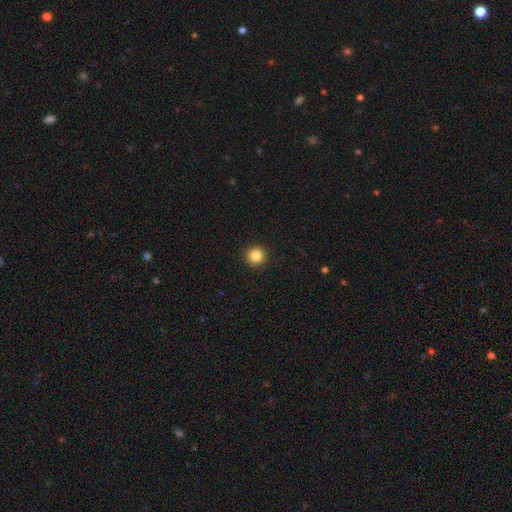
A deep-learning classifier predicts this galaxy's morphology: Smooth or featured: smooth — 84% (star or artifact — 11%)
How rounded: round — 95% (in between — 4%)
Merging: none — 93% (minor disturbance — 4%)